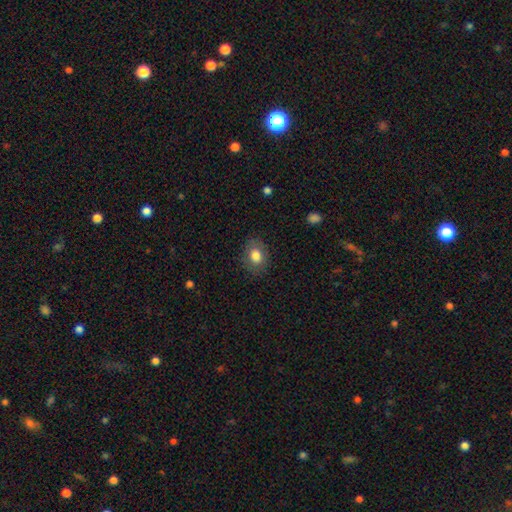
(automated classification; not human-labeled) A smooth galaxy with no disk features (80%) that is in between round and cigar-shaped (58%). Merging: none (84%).